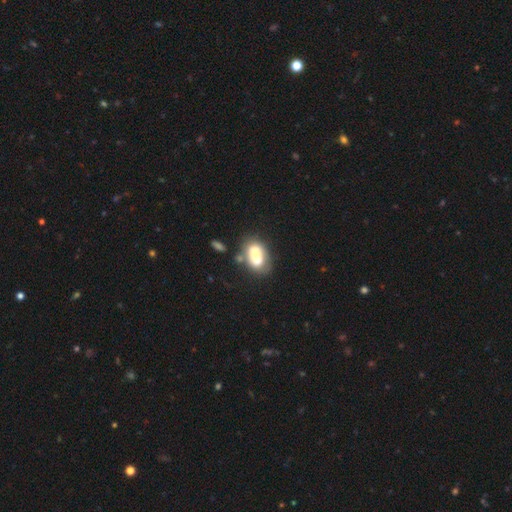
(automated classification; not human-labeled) Q: Smooth or featured?
A: smooth (69%); runner-up: featured or disk (22%)
Q: How rounded?
A: in between (89%); runner-up: round (9%)
Q: Merging?
A: none (43%); runner-up: merger (24%)